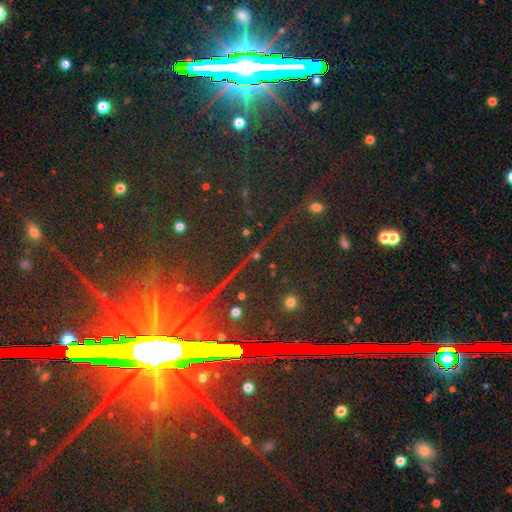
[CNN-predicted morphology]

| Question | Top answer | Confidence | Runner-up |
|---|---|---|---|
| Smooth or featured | star or artifact | 81% | smooth (10%) |